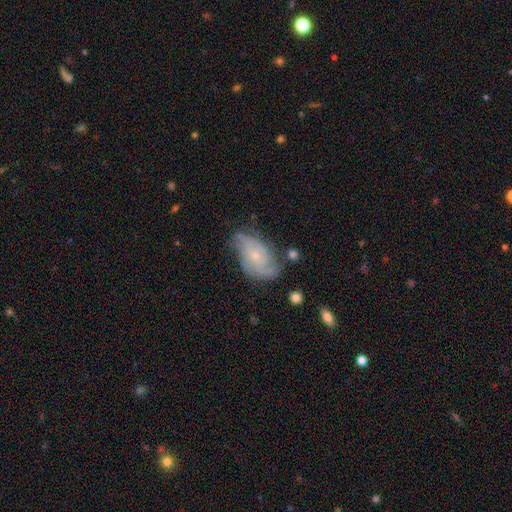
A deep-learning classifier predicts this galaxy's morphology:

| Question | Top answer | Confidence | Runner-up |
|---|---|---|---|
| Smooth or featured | featured or disk | 79% | smooth (14%) |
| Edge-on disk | no | 97% | yes (3%) |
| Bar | no | 68% | weak (28%) |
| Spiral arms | yes | 94% | no (6%) |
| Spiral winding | tight | 44% | medium (41%) |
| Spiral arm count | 2 | 39% | 3 (25%) |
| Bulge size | small | 72% | moderate (23%) |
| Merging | none | 62% | minor disturbance (25%) |